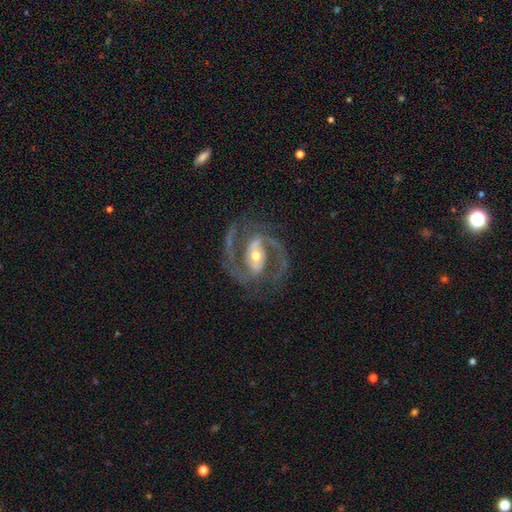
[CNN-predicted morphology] type=featured or disk (93%); edge-on=no (98%); bar=strong (45%); spiral arms=yes (98%); winding=medium (65%); arm count=2 (92%); bulge=moderate (53%); merging=none (80%).